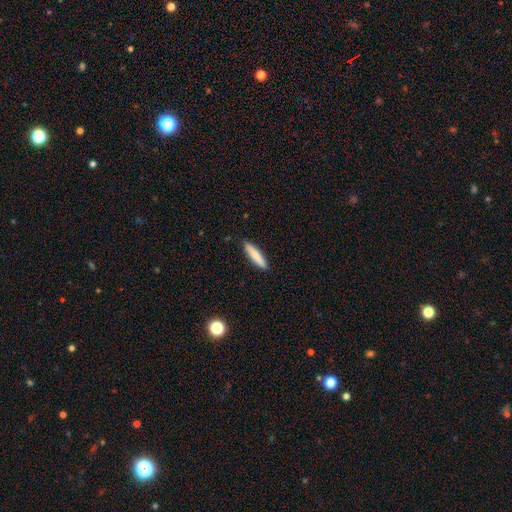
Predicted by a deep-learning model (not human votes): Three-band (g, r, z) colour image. It shows a smooth galaxy with no disk features (80%) that is cigar-shaped (84%). Merging: none (89%).